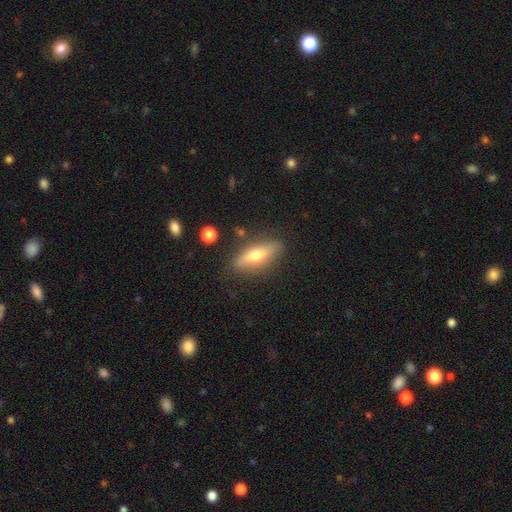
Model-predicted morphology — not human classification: Smooth or featured: smooth — 50% (featured or disk — 43%)
How rounded: in between — 53% (cigar-shaped — 43%)
Merging: none — 82% (minor disturbance — 13%)